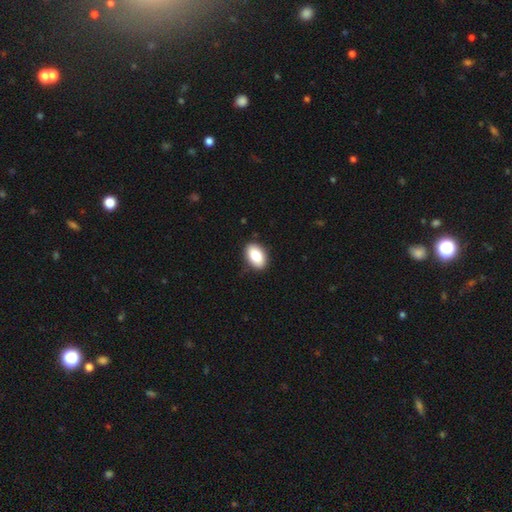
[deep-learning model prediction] smooth_or_featured: smooth (p=0.84) [alt: featured or disk p=0.09]
how_rounded: in between (p=0.91) [alt: round p=0.08]
merging: none (p=0.88) [alt: minor disturbance p=0.09]